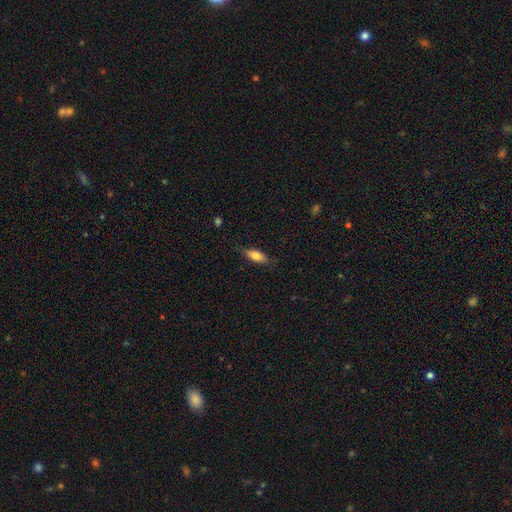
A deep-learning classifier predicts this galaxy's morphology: The model was most divided on "how rounded": in between: 73%, cigar-shaped: 24%, round: 3%. More confident: merging — none (81%); smooth or featured — smooth (77%).